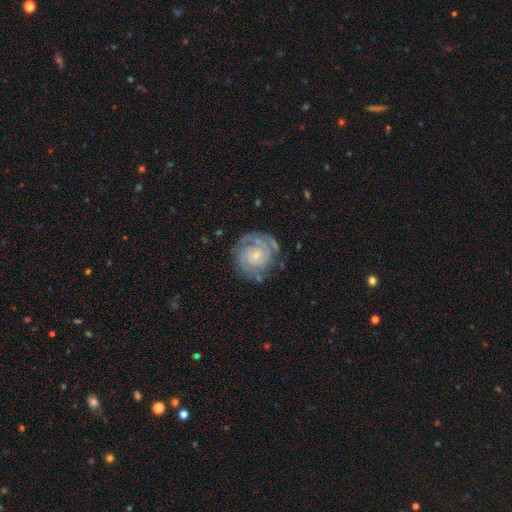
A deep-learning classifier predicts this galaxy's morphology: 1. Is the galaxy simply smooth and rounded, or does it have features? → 85% featured or disk, 9% smooth, 6% star or artifact.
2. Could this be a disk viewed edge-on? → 98% no, 2% yes.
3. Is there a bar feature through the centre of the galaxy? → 71% no, 23% weak, 6% strong.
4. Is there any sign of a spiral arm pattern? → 96% yes, 4% no.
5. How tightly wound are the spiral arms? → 77% tight, 19% medium, 4% loose.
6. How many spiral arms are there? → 46% 2, 21% can't tell, 17% 3, 6% 4, 5% 1, 4% more than 4.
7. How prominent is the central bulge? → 78% small, 17% moderate, 3% none, 1% large, 1% dominant.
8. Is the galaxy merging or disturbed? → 73% none, 17% minor disturbance, 7% major disturbance, 2% merger.